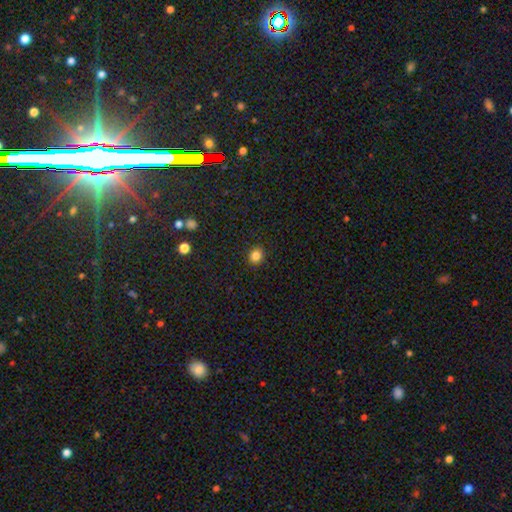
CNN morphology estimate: Smooth or featured? smooth (83%)
How rounded? round (80%)
Merging? none (91%)